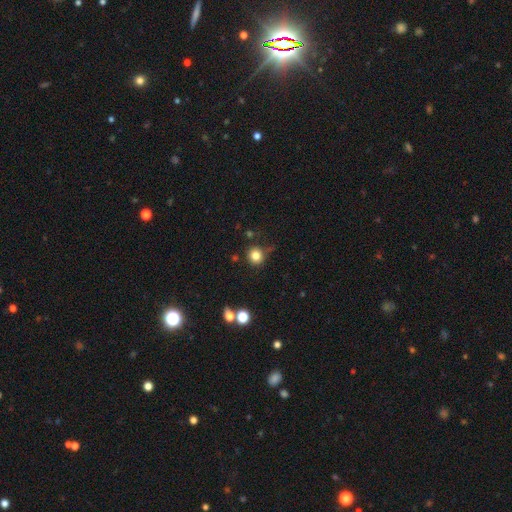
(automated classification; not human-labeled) smooth 81%, star or artifact 13%, featured or disk 6%. Down the decision tree: how rounded — round (91%); merging — none (78%).